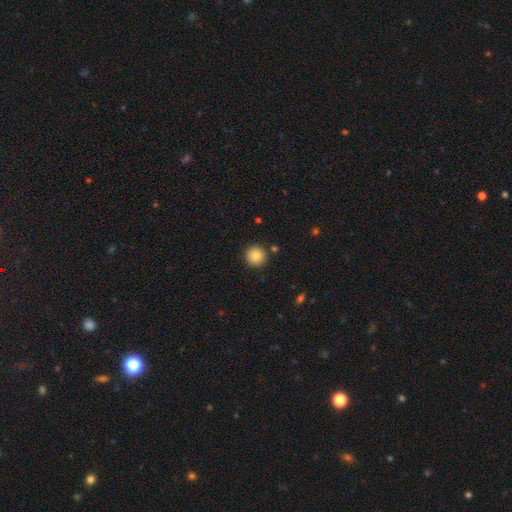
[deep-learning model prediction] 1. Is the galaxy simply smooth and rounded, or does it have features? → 85% smooth, 9% star or artifact, 6% featured or disk.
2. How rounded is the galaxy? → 96% round, 3% in between, 1% cigar-shaped.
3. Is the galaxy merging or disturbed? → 90% none, 6% minor disturbance, 2% merger, 2% major disturbance.